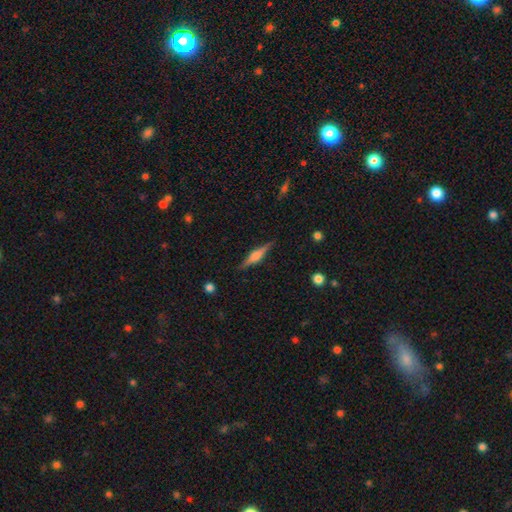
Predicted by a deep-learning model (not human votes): smooth-or-featured: featured or disk: 72% | smooth: 21% | star or artifact: 7%
  disk-edge-on: yes: 98% | no: 2%
    edge-on-bulge: rounded: 76% | boxy: 20% | none: 4%
  merging: none: 89% | minor disturbance: 8% | major disturbance: 2% | merger: 1%